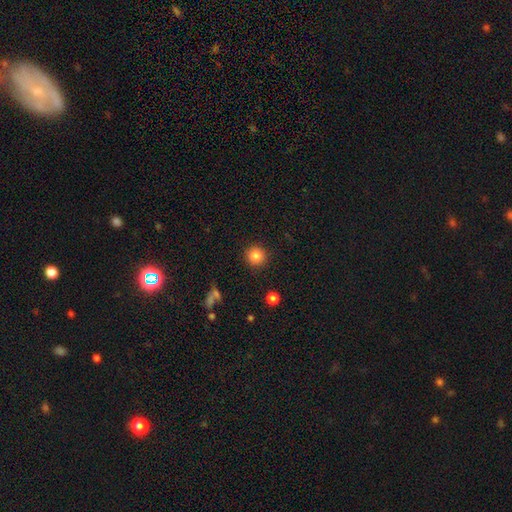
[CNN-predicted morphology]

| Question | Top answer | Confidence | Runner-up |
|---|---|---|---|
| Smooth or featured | smooth | 83% | star or artifact (11%) |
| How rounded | round | 94% | in between (5%) |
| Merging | none | 91% | minor disturbance (6%) |